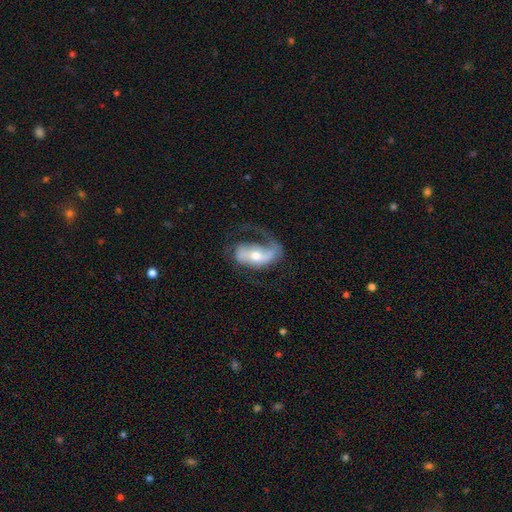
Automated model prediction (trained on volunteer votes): This appears to be a featured or disk galaxy (74%) with no bar (35%), 1 (46%) loose (44%) spiral arms (86%) and a moderate central bulge (62%). Merging: none (40%).